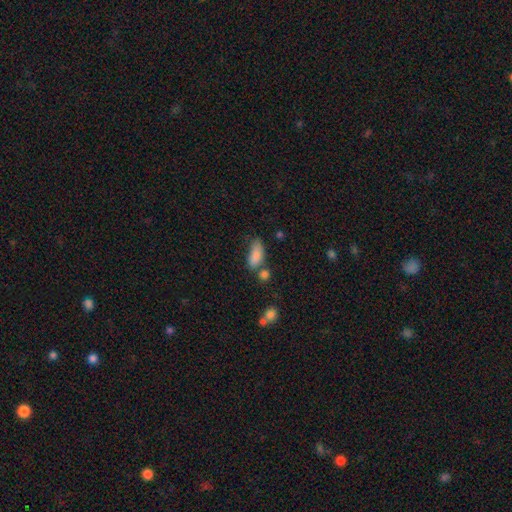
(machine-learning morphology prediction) type=smooth (84%); roundness=in between (81%); merging=none (45%).